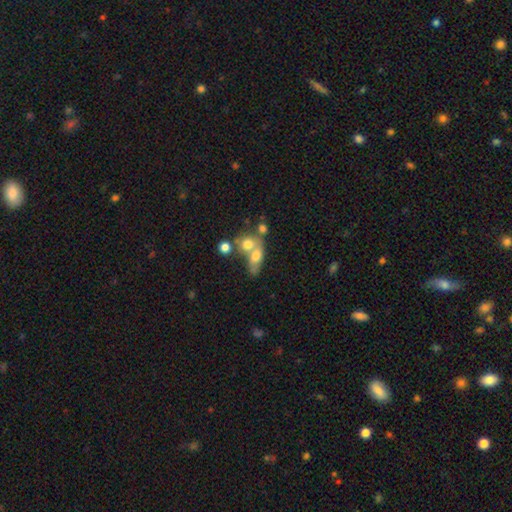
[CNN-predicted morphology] Smooth or featured? smooth (66%)
How rounded? in between (65%)
Merging? merger (59%)